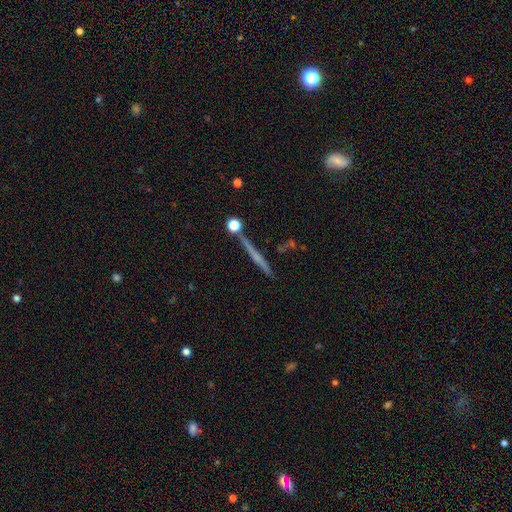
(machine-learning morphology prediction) This is possibly a featured or disk galaxy (56%). It is clearly viewed edge-on (96%). Edge-on bulge: likely none (70%). Merging: clearly none (82%).